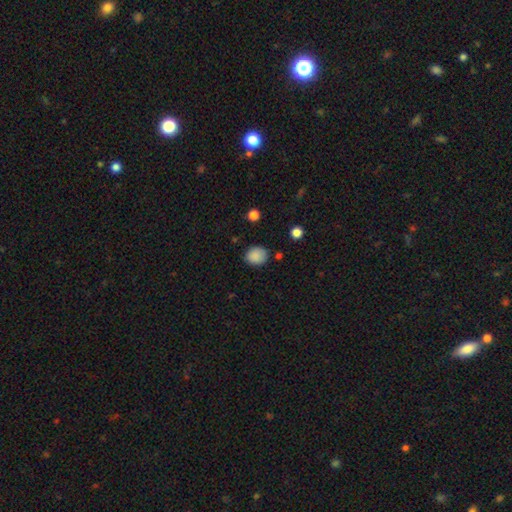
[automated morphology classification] This appears to be a smooth galaxy with no disk features (87%) that is round (64%). Merging: none (80%).